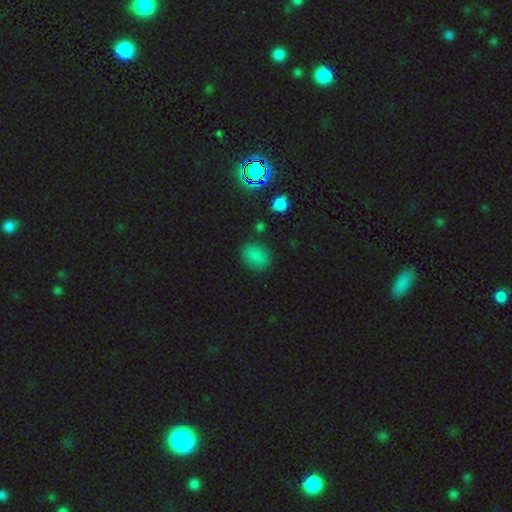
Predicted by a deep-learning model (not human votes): Smooth or featured: smooth — 81% (star or artifact — 14%)
How rounded: in between — 63% (round — 36%)
Merging: none — 80% (minor disturbance — 13%)